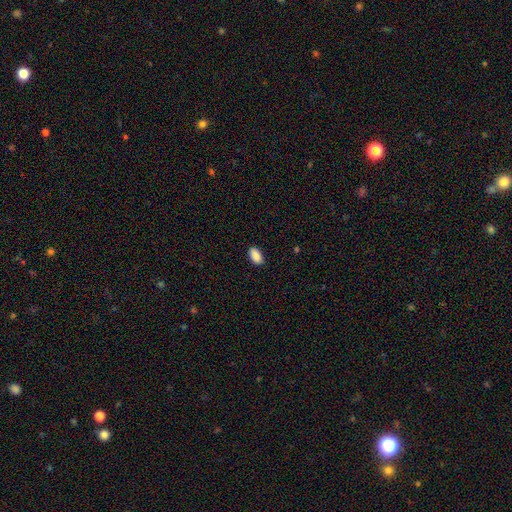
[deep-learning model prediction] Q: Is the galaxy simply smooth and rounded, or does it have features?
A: smooth — 90%.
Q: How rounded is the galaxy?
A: in between — 94%.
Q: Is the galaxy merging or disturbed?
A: none — 87%.